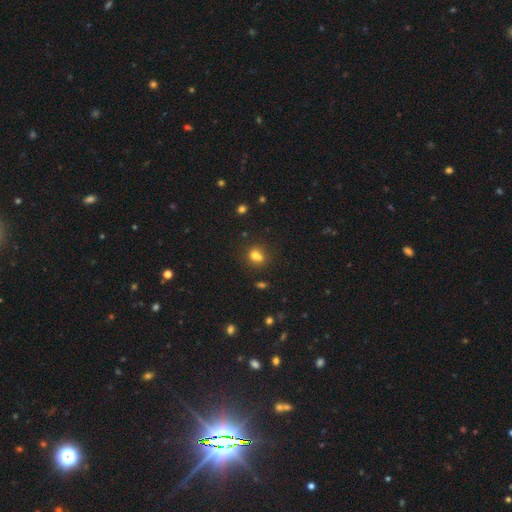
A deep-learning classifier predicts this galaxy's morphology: Smooth or featured: smooth — 72% (star or artifact — 15%)
How rounded: round — 69% (in between — 30%)
Merging: none — 44% (merger — 41%)